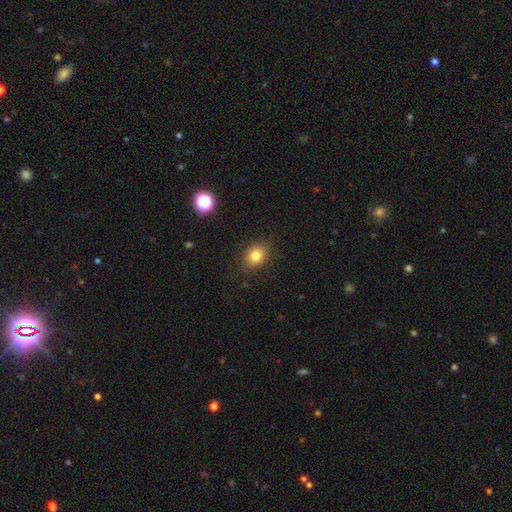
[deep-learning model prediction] smooth-or-featured: smooth: 81% | star or artifact: 12% | featured or disk: 8%
  how-rounded: round: 51% | in between: 48% | cigar-shaped: 1%
  merging: none: 86% | minor disturbance: 10% | major disturbance: 3% | merger: 1%